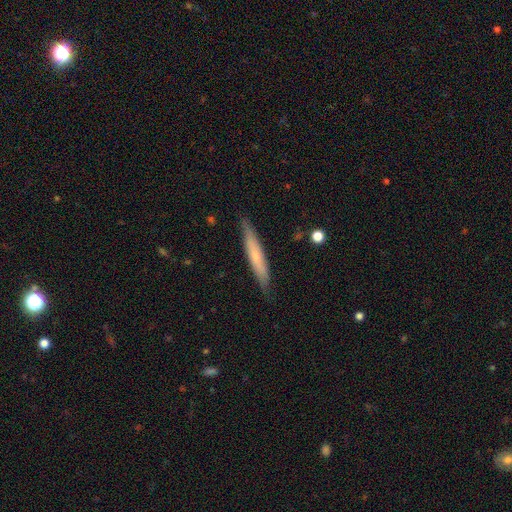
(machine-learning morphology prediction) type=smooth (54%); roundness=cigar-shaped (93%); merging=none (86%).